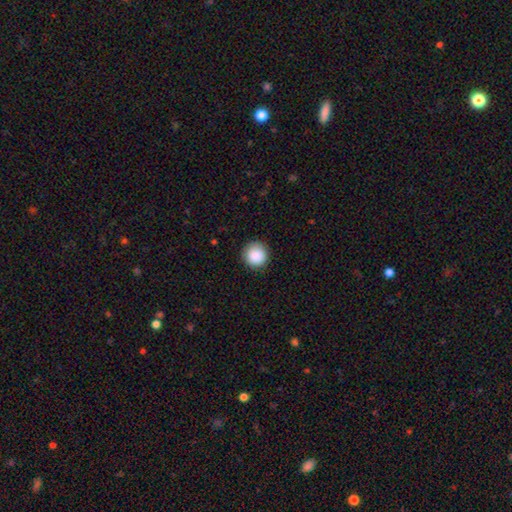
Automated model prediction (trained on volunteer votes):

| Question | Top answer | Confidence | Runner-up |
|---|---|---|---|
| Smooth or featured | smooth | 89% | star or artifact (8%) |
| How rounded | round | 95% | in between (4%) |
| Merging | none | 90% | minor disturbance (7%) |